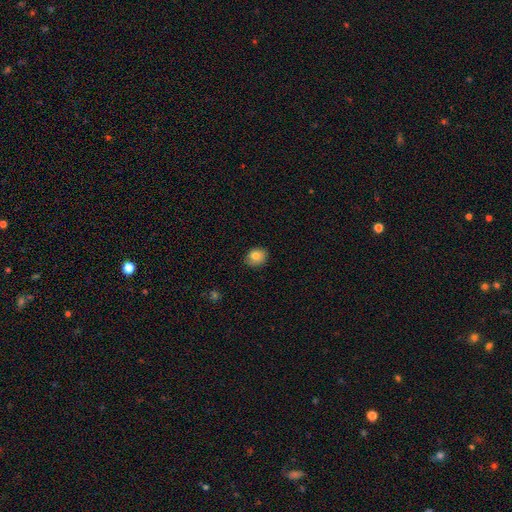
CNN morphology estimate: Smooth or featured: smooth — 81% (star or artifact — 9%)
How rounded: round — 63% (in between — 36%)
Merging: none — 84% (minor disturbance — 13%)